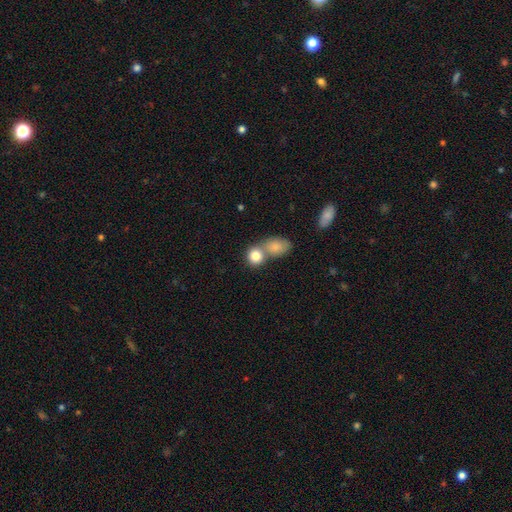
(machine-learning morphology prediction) smooth 83%, featured or disk 9%, star or artifact 8%. Down the decision tree: how rounded — round (70%); merging — merger (51%).